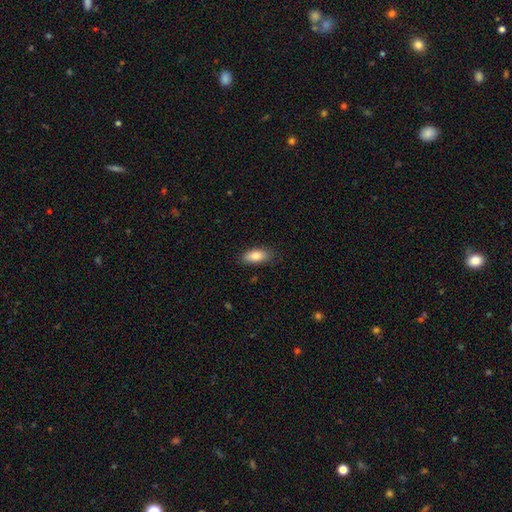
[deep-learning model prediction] A smooth galaxy with no disk features (82%) that is in between round and cigar-shaped (84%).

Vote fractions:
- Smooth or featured? smooth: 82% / featured or disk: 11% / star or artifact: 7%
- How rounded? in between: 84% / cigar-shaped: 13% / round: 3%
- Merging? none: 84% / minor disturbance: 12% / major disturbance: 2% / merger: 1%